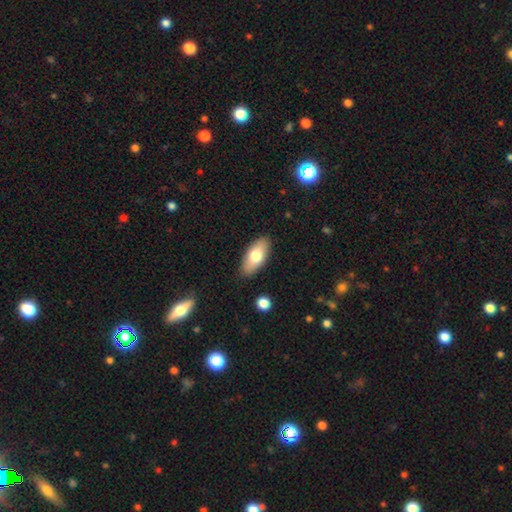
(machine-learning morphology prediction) smooth_or_featured: smooth (p=0.72) [alt: featured or disk p=0.22]
how_rounded: in between (p=0.85) [alt: cigar-shaped p=0.13]
merging: none (p=0.87) [alt: minor disturbance p=0.10]